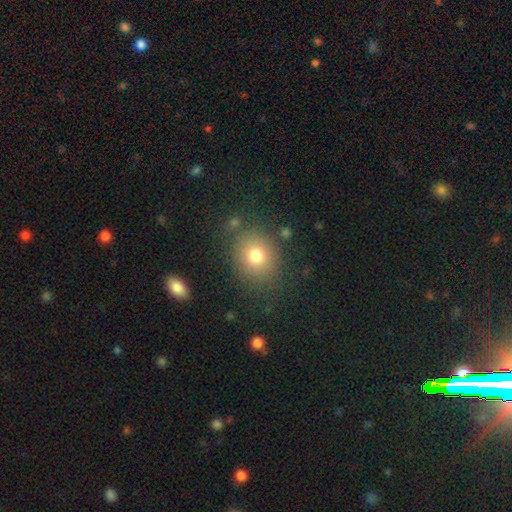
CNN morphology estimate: A smooth galaxy with no disk features (76%) that is round (66%).

Vote fractions:
- Smooth or featured? smooth: 76% / star or artifact: 13% / featured or disk: 11%
- How rounded? round: 66% / in between: 33% / cigar-shaped: 1%
- Merging? none: 81% / minor disturbance: 11% / major disturbance: 5% / merger: 3%